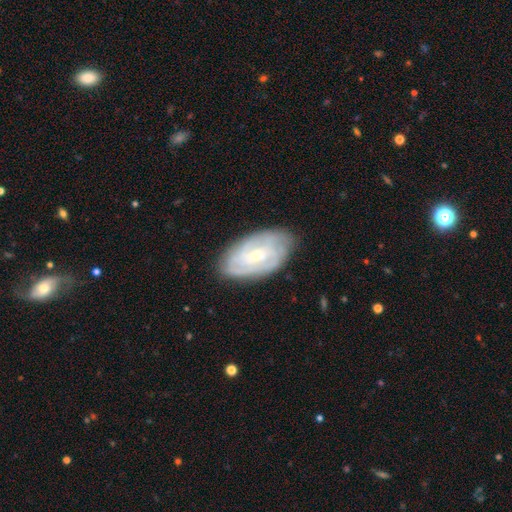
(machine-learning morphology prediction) A featured or disk galaxy (75%) with a weak bar (44%), tight (66%) spiral arms (89%) and a small central bulge (61%). Merging: none (81%).